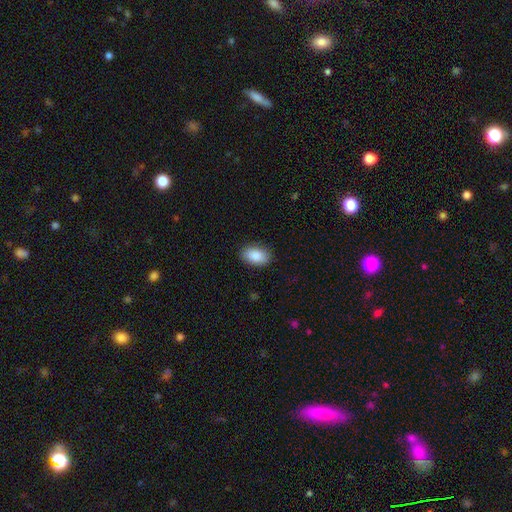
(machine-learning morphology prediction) Smooth or featured? Predicted: smooth (p=0.89). How rounded? Predicted: in between (p=0.91). Merging? Predicted: none (p=0.88).